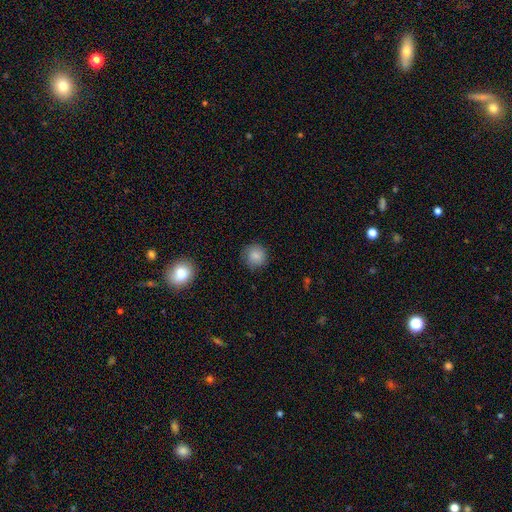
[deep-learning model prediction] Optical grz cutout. It shows a smooth galaxy with no disk features (84%) that is round (92%). Merging: none (84%).